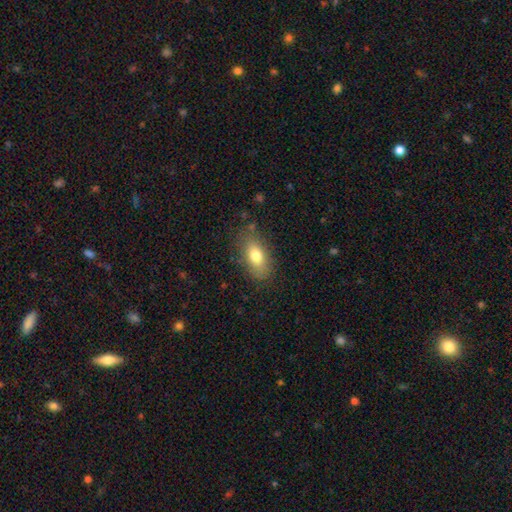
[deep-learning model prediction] A smooth galaxy with no disk features (76%) that is in between round and cigar-shaped (87%). Merging: none (80%).